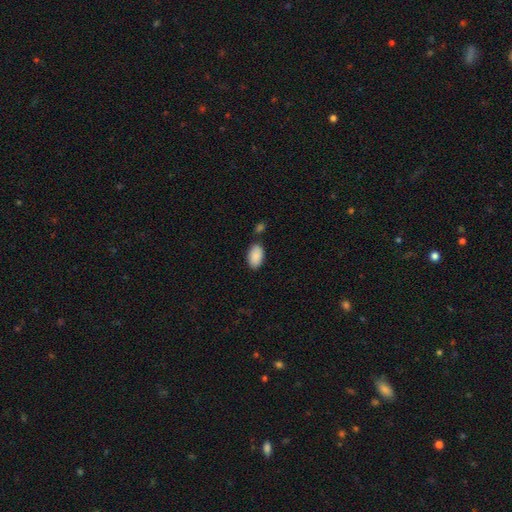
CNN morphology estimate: This appears to be a smooth galaxy with no disk features (90%) that is in between round and cigar-shaped (94%). Merging: none (76%).